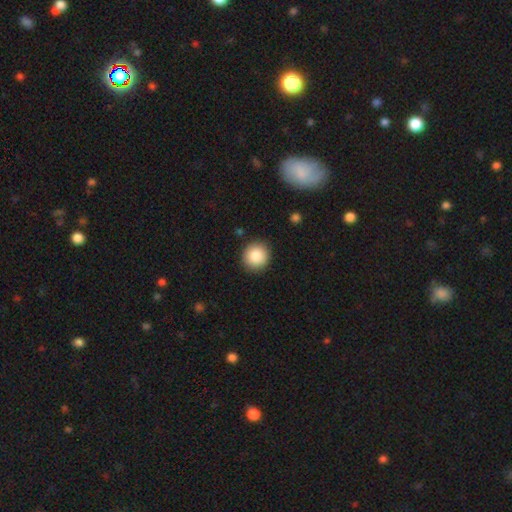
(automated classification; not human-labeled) The model was most divided on "smooth or featured": smooth: 86%, star or artifact: 8%, featured or disk: 6%. More confident: how rounded — round (92%); merging — none (90%).